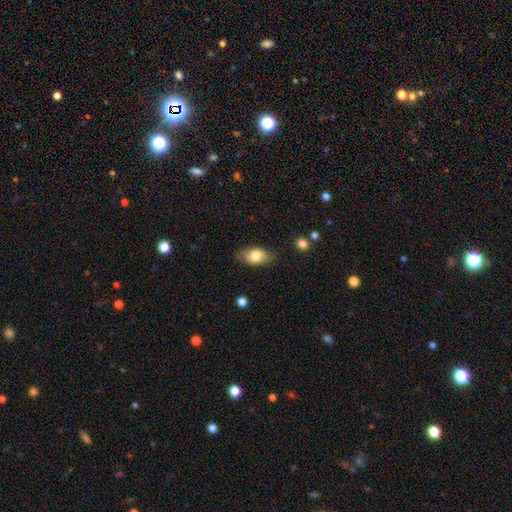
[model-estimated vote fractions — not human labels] This appears to be a smooth galaxy with no disk features (75%) that is in between round and cigar-shaped (88%). Merging: none (78%).